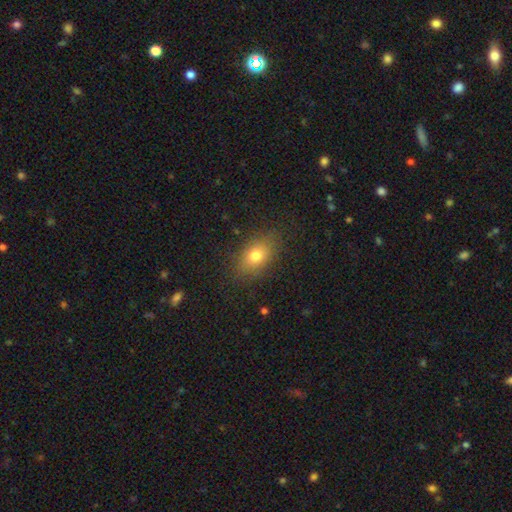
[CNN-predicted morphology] Overall: smooth (77%). How rounded: in between (78%). Merging: none (83%).